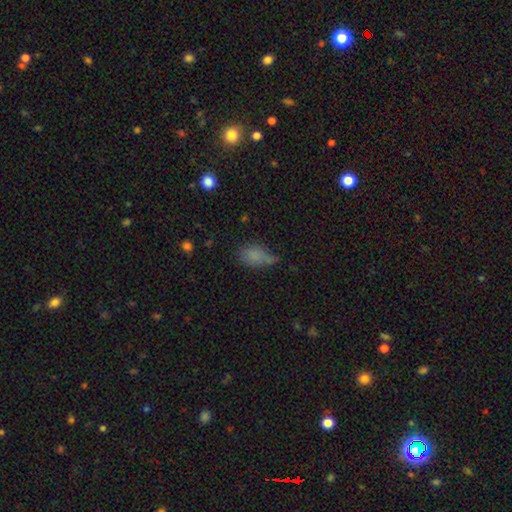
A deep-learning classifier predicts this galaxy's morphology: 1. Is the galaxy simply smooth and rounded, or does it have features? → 77% smooth, 13% star or artifact, 10% featured or disk.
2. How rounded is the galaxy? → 81% in between, 15% round, 4% cigar-shaped.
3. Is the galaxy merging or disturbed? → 43% none, 33% minor disturbance, 15% major disturbance, 10% merger.